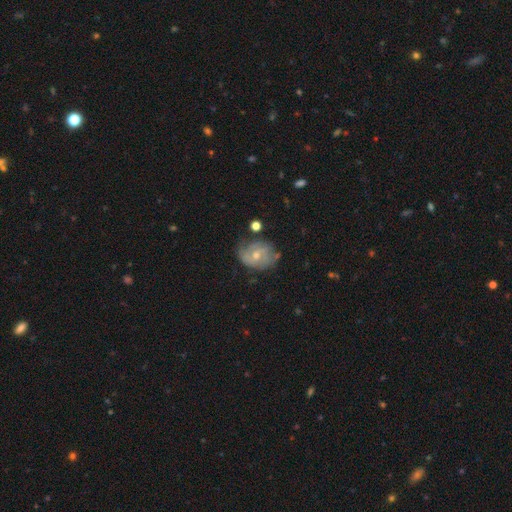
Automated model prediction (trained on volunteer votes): Morphology: type=featured or disk (65%); edge-on=no (97%); bar=no (62%); spiral arms=yes (79%); bulge=small (49%); merging=none (66%).